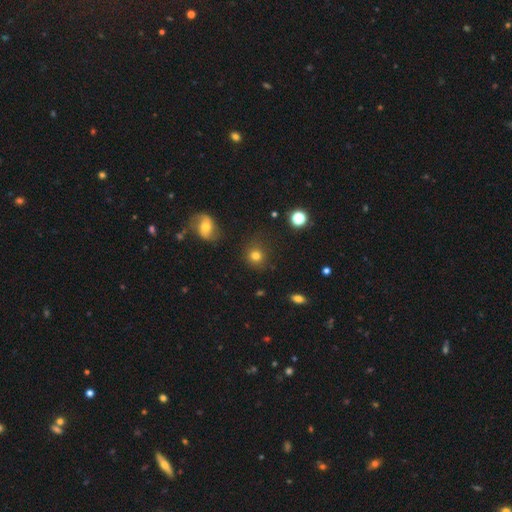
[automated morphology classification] Smooth or featured? Predicted: smooth (p=0.78). How rounded? Predicted: round (p=0.88). Merging? Predicted: none (p=0.81).